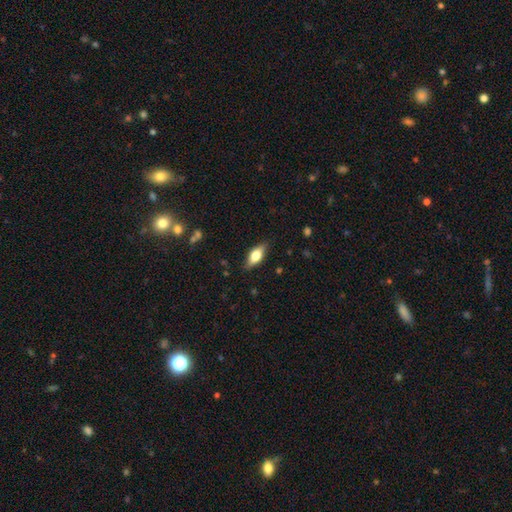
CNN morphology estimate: Smooth or featured?
  - smooth: 65% *
  - featured or disk: 28%
  - star or artifact: 7%
How rounded?
  - in between: 77% *
  - cigar-shaped: 19%
  - round: 4%
Merging?
  - none: 85% *
  - minor disturbance: 12%
  - major disturbance: 2%
  - merger: 1%